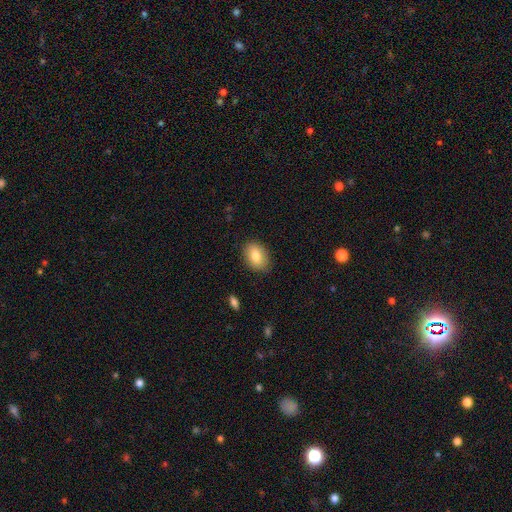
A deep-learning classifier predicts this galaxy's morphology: Overall: smooth (81%). How rounded: in between (76%). Merging: none (84%).